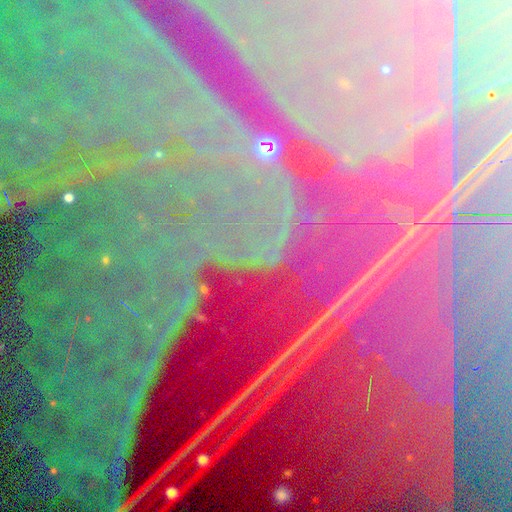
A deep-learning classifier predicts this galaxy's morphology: Smooth or featured? star or artifact (89%)